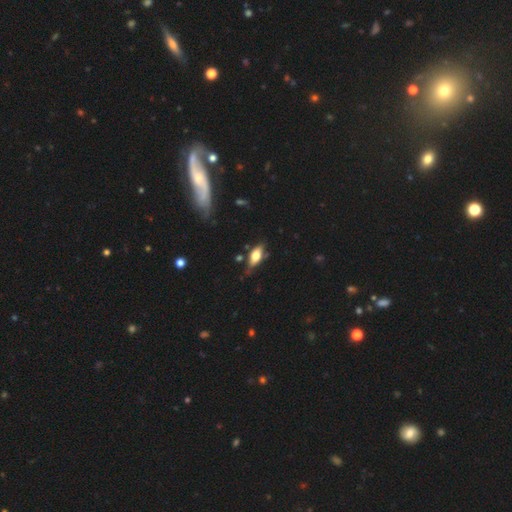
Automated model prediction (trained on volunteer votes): A smooth galaxy with no disk features (55%) that is in between round and cigar-shaped (76%).

Vote fractions:
- Smooth or featured? smooth: 55% / featured or disk: 38% / star or artifact: 7%
- How rounded? in between: 76% / cigar-shaped: 21% / round: 4%
- Merging? none: 66% / minor disturbance: 24% / major disturbance: 7% / merger: 4%